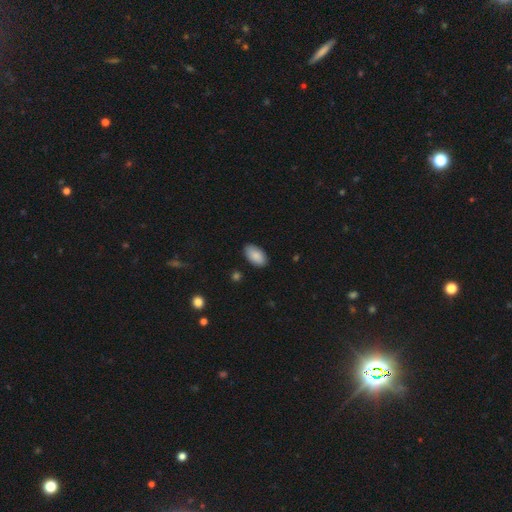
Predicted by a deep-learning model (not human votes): Overall: smooth (88%). How rounded: in between (95%). Merging: none (87%).